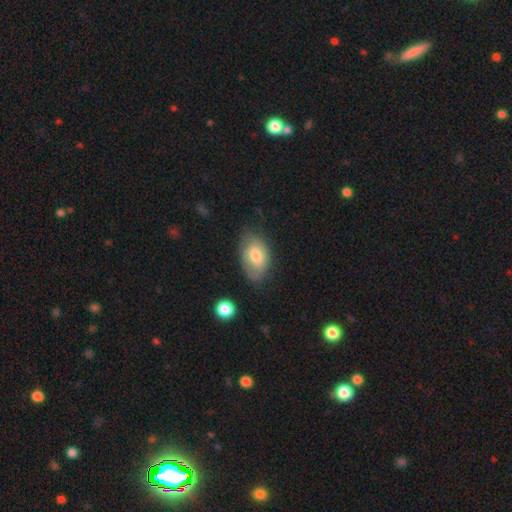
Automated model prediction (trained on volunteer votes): smooth 59%, featured or disk 34%, star or artifact 7%. Down the decision tree: how rounded — in between (91%); merging — none (59%).